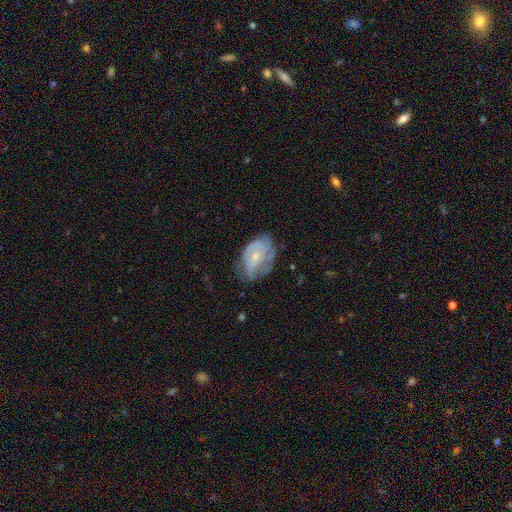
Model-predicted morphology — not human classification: Overall: featured or disk (66%; smooth 27%). Edge-on disk: no (96%). Bar: no (70%). Spiral arms: yes (73%). Bulge size: small (57%; moderate 36%). Merging: none (51%; minor disturbance 31%).